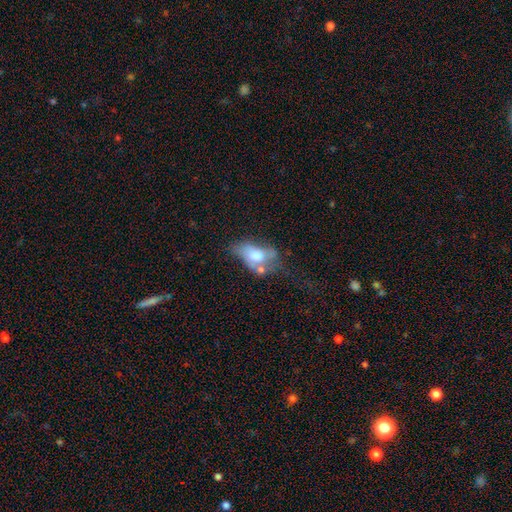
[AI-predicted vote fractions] This appears to be a smooth galaxy with no disk features (52%) that is in between round and cigar-shaped (87%). Merging: major disturbance (30%, tied with merger).